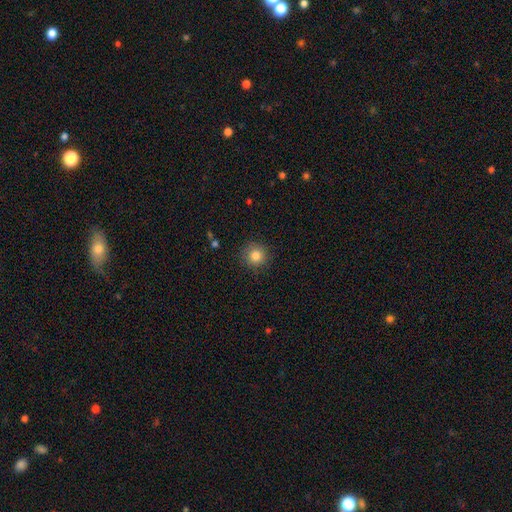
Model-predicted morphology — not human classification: A smooth galaxy with no disk features (83%) that is round (94%). Merging: none (89%).